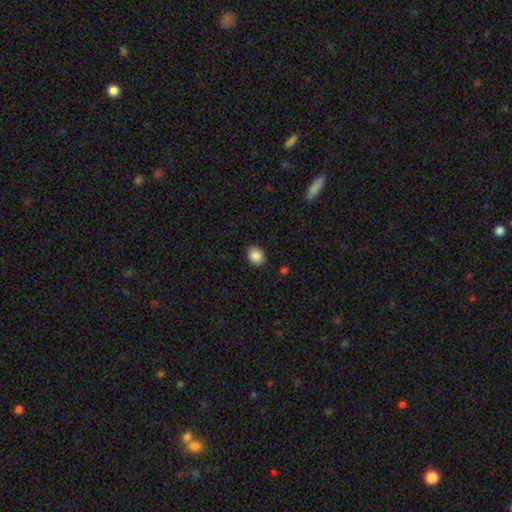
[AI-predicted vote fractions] The model was most divided on "how rounded": in between: 54%, round: 45%, cigar-shaped: 1%. More confident: merging — none (89%); smooth or featured — smooth (88%).